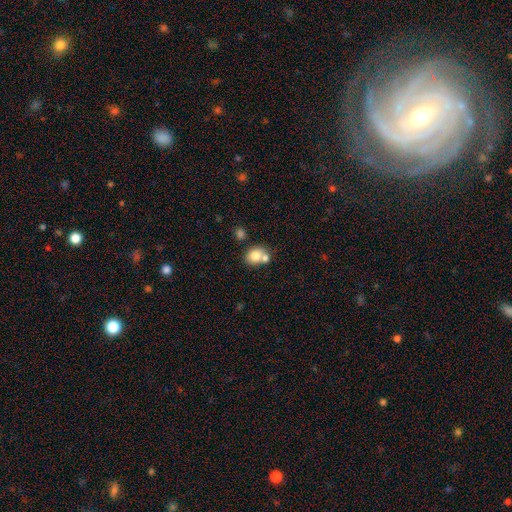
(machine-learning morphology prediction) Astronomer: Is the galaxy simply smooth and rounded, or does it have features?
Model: smooth — 77%.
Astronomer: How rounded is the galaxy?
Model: round — 58% (runner-up: in between, 41%).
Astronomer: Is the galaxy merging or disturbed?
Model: none — 44% (runner-up: merger, 42%).